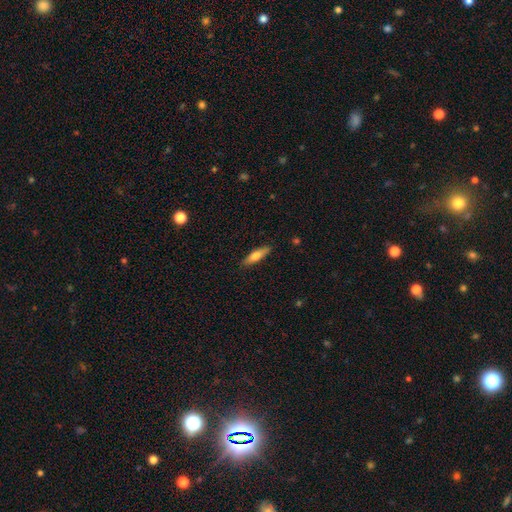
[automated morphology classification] A smooth galaxy with no disk features (68%) that is cigar-shaped (67%).

Vote fractions:
- Smooth or featured? smooth: 68% / featured or disk: 26% / star or artifact: 6%
- How rounded? cigar-shaped: 67% / in between: 31% / round: 2%
- Merging? none: 88% / minor disturbance: 9% / major disturbance: 2% / merger: 1%